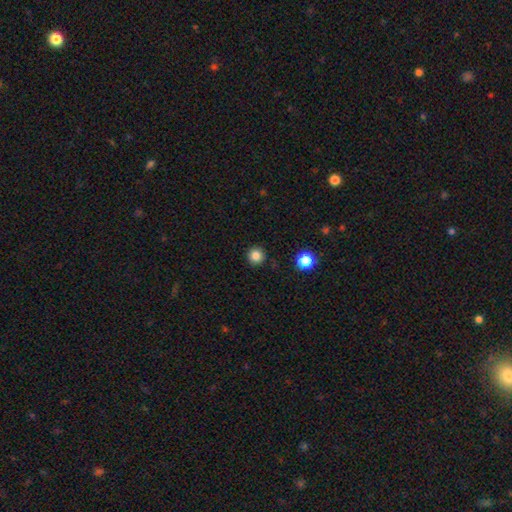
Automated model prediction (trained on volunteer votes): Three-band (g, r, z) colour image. It shows a smooth galaxy with no disk features (83%) that is round (96%). Merging: none (91%).